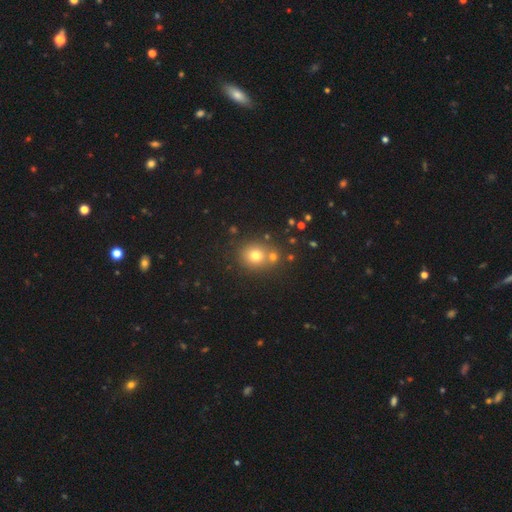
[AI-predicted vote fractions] Overall: smooth (74%). How rounded: round (81%). Merging: none (66%).